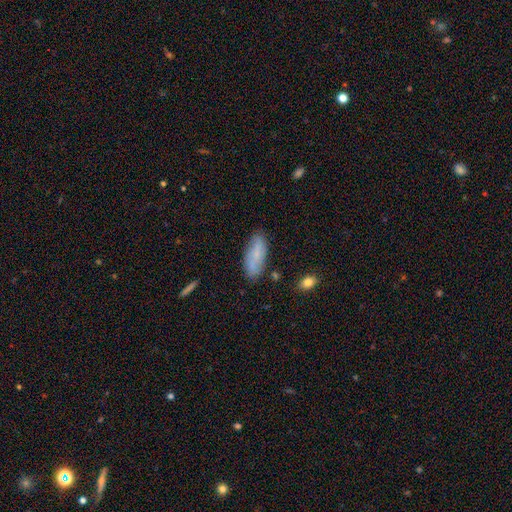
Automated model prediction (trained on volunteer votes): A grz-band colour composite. It shows a smooth galaxy with no disk features (68%) that is in between round and cigar-shaped (69%). Merging: none (79%).